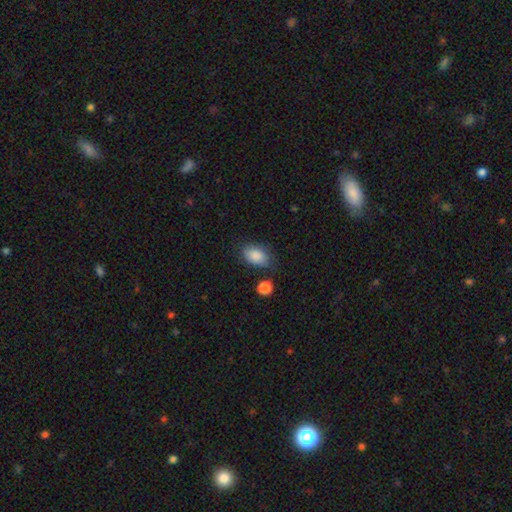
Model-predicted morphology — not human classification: Overall: smooth (87%). How rounded: in between (87%). Merging: none (73%).